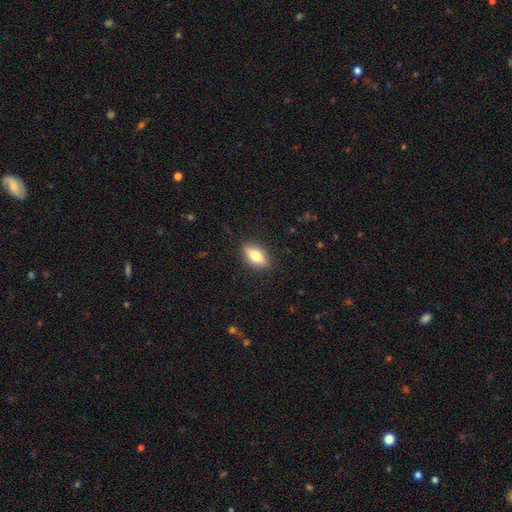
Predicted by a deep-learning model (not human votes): smooth_or_featured: smooth (p=0.57) [alt: featured or disk p=0.36]
how_rounded: in between (p=0.74) [alt: cigar-shaped p=0.18]
merging: none (p=0.86) [alt: minor disturbance p=0.11]